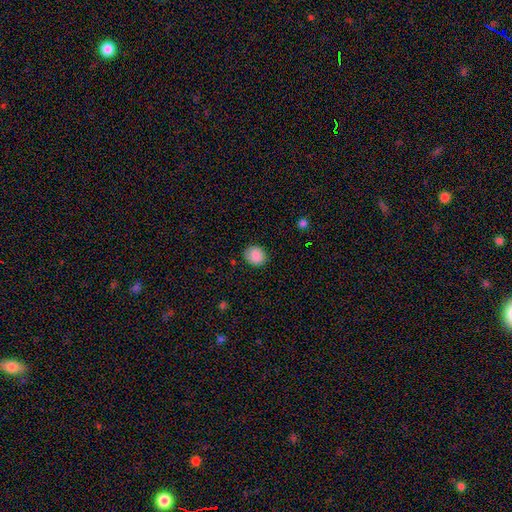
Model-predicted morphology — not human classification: A smooth galaxy with no disk features (88%) that is round (69%).

Vote fractions:
- Smooth or featured? smooth: 88% / star or artifact: 8% / featured or disk: 4%
- How rounded? round: 69% / in between: 30% / cigar-shaped: 1%
- Merging? none: 85% / minor disturbance: 12% / major disturbance: 3% / merger: 1%